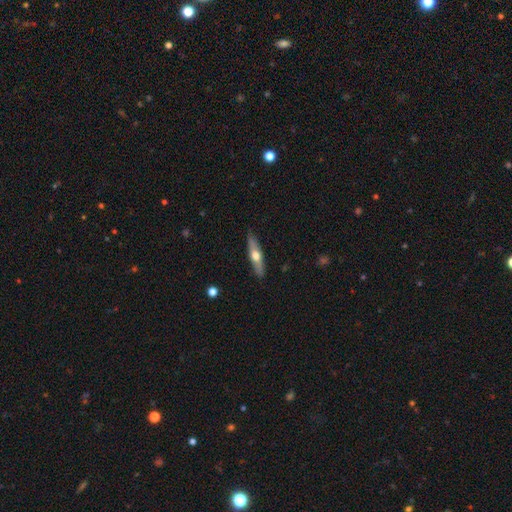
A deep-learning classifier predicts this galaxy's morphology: Smooth or featured? featured or disk (49%)
Merging? none (88%)